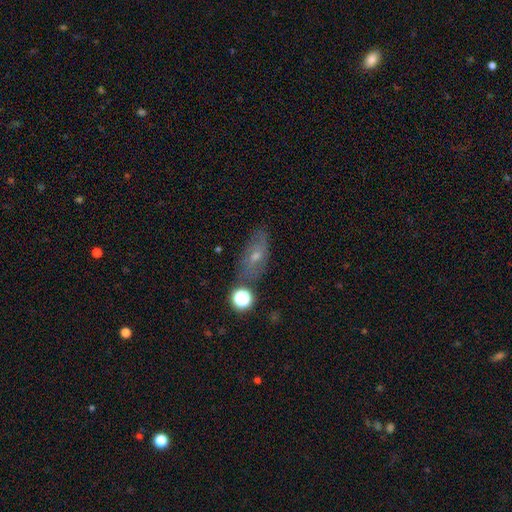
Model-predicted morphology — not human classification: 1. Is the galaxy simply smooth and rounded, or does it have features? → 44% smooth, 40% featured or disk, 16% star or artifact.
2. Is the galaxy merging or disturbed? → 70% none, 18% minor disturbance, 7% major disturbance, 5% merger.